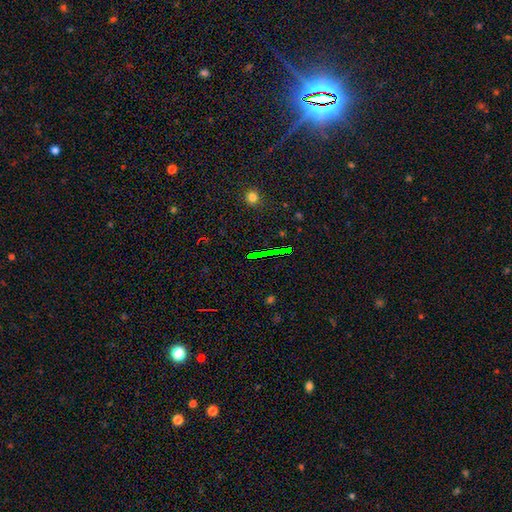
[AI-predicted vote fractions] The model was most divided on "smooth or featured": star or artifact: 73%, smooth: 14%, featured or disk: 13%.